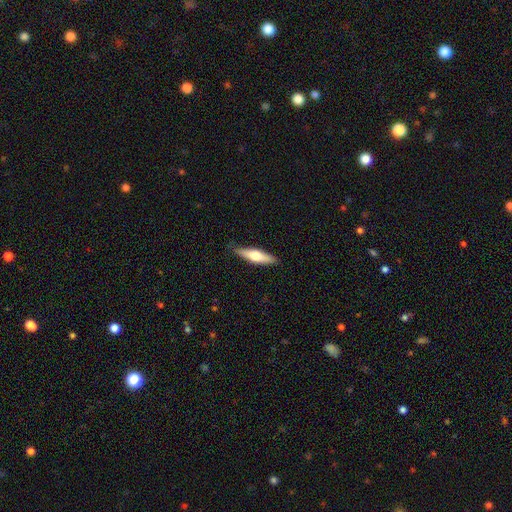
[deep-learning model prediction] This appears to be a smooth galaxy with no disk features (52%) that is cigar-shaped (69%). Merging: none (87%).